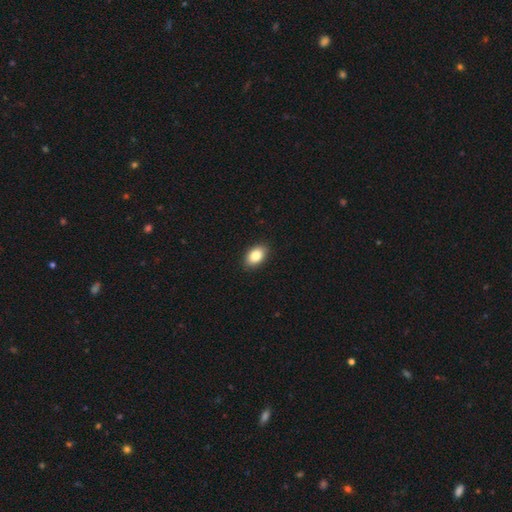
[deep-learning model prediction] Q: Smooth or featured?
A: smooth (86%); runner-up: star or artifact (7%)
Q: How rounded?
A: in between (89%); runner-up: round (10%)
Q: Merging?
A: none (89%); runner-up: minor disturbance (8%)